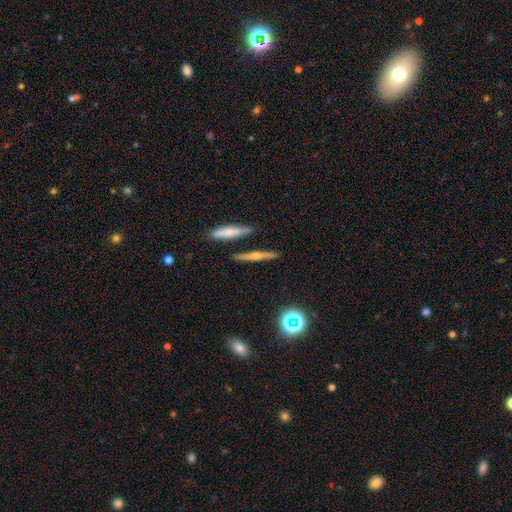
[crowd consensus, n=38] Morphology: type=featured or disk (74%); edge-on=yes (96%); edge-on bulge=rounded (93%); merging=none (89%).